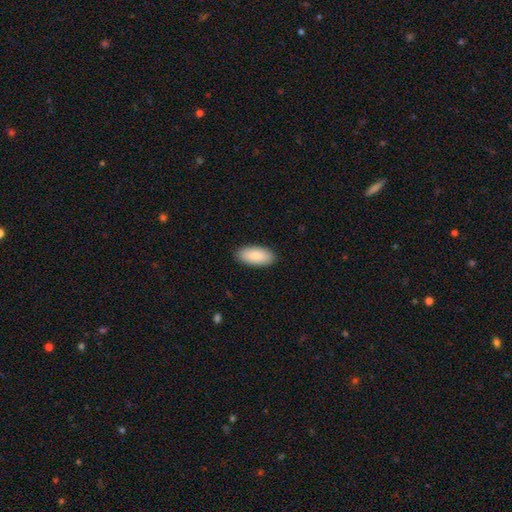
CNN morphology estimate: Smooth or featured? smooth (88%)
How rounded? in between (91%)
Merging? none (89%)